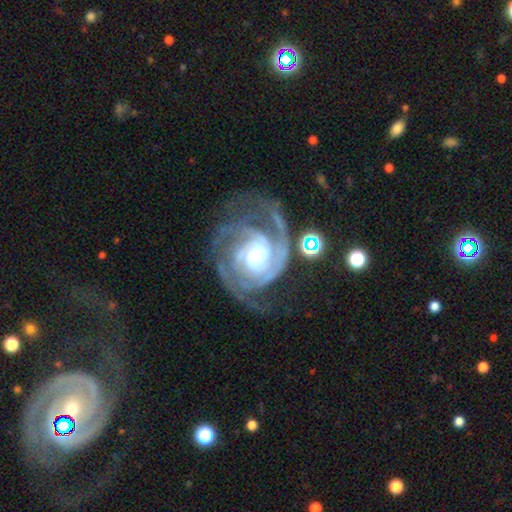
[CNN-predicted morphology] featured or disk 90%, star or artifact 5%, smooth 5%. Down the decision tree: edge-on disk — no (98%); bar — no (54%); spiral arms — yes (97%); spiral arm count — 3 (30%); spiral winding — tight (56%); bulge size — moderate (52%); merging — none (53%).